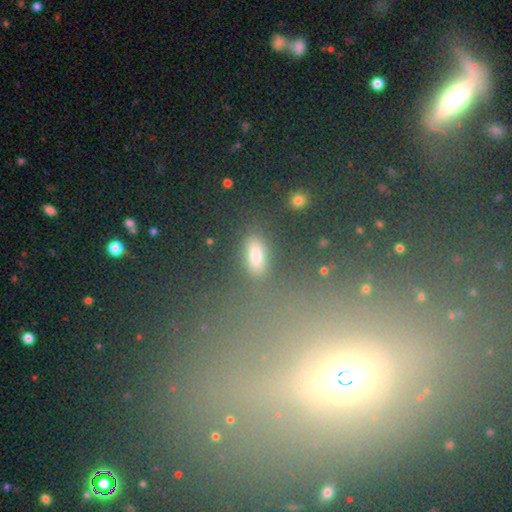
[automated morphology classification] Smooth or featured? Predicted: smooth (p=0.61). How rounded? Predicted: in between (p=0.82). Merging? Predicted: none (p=0.84).